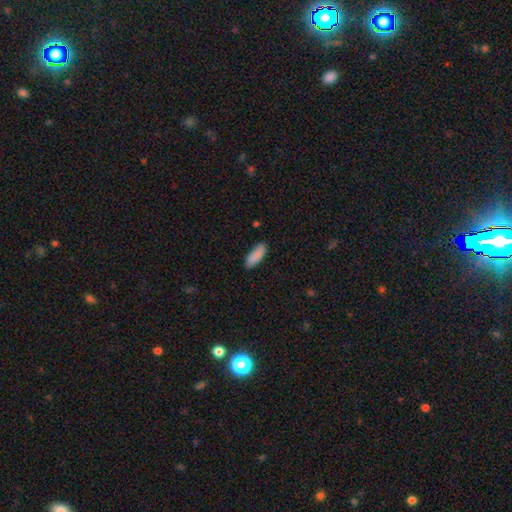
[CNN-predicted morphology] This appears to be a smooth galaxy with no disk features (89%) that is in between round and cigar-shaped (68%). Merging: none (83%).